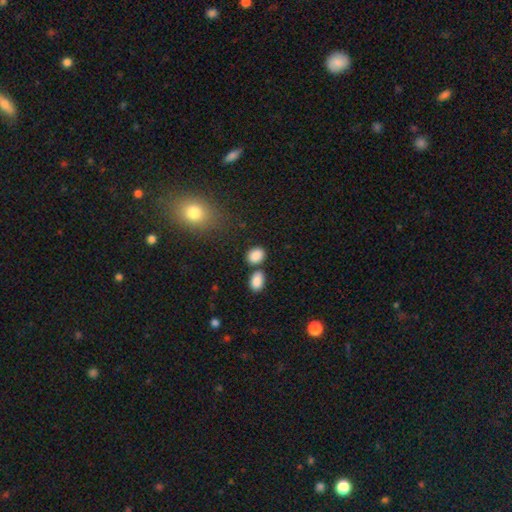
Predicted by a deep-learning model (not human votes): Smooth or featured?
  - smooth: 86% *
  - star or artifact: 9%
  - featured or disk: 4%
How rounded?
  - in between: 63% *
  - round: 36%
  - cigar-shaped: 1%
Merging?
  - none: 68% *
  - merger: 18%
  - minor disturbance: 11%
  - major disturbance: 4%